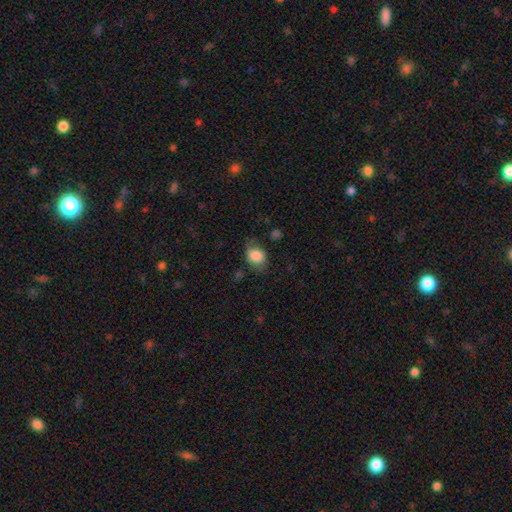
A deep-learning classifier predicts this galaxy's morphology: Smooth or featured: smooth — 82% (featured or disk — 10%)
How rounded: in between — 66% (round — 33%)
Merging: none — 60% (minor disturbance — 28%)